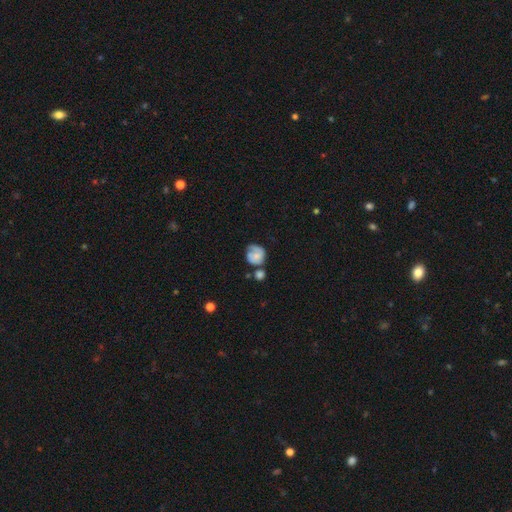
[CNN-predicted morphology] smooth-or-featured: smooth: 51% | featured or disk: 41% | star or artifact: 8%
  how-rounded: round: 74% | in between: 25% | cigar-shaped: 1%
  merging: none: 42% | minor disturbance: 27% | merger: 16% | major disturbance: 14%